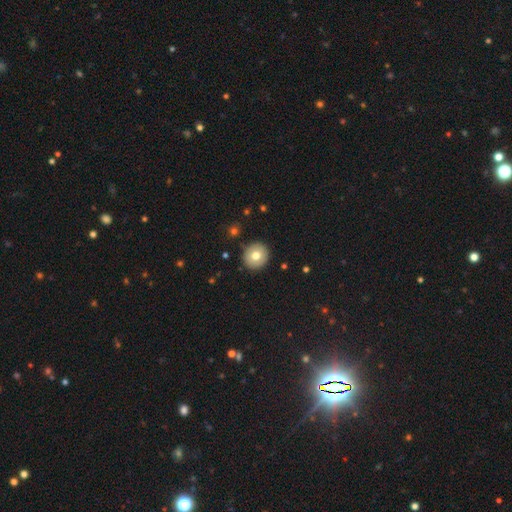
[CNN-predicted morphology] Smooth or featured: smooth — 74% (featured or disk — 17%)
How rounded: round — 92% (in between — 7%)
Merging: none — 91% (minor disturbance — 6%)